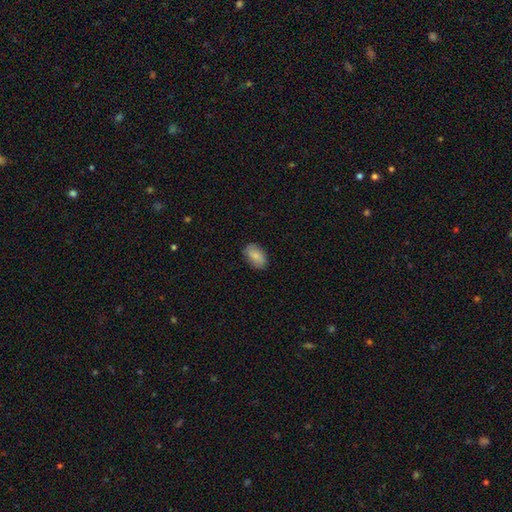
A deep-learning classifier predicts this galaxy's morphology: A smooth galaxy with no disk features (84%) that is in between round and cigar-shaped (92%).

Vote fractions:
- Smooth or featured? smooth: 84% / featured or disk: 10% / star or artifact: 6%
- How rounded? in between: 92% / round: 6% / cigar-shaped: 2%
- Merging? none: 84% / minor disturbance: 12% / major disturbance: 3% / merger: 1%